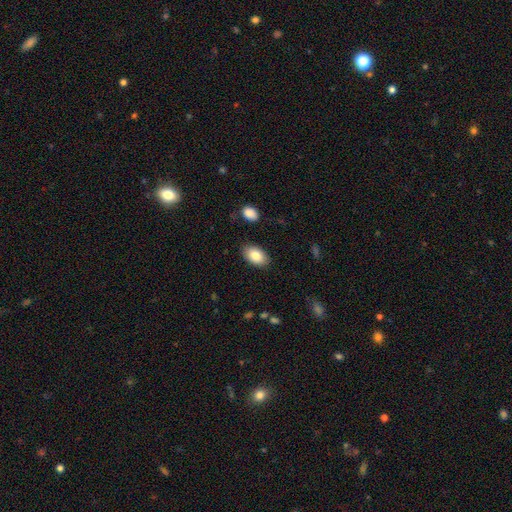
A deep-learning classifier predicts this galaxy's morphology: Smooth or featured? smooth (83%)
How rounded? in between (92%)
Merging? none (87%)